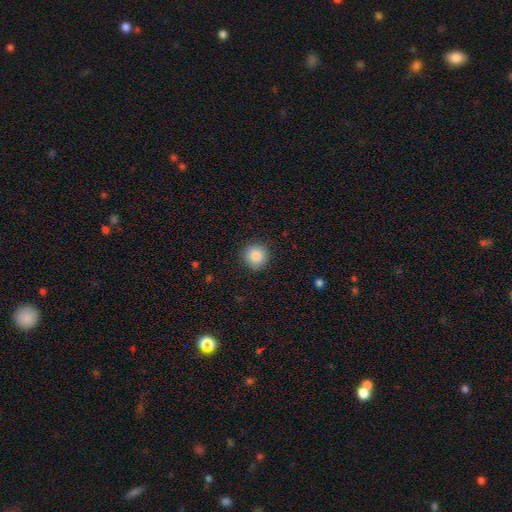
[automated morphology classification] Q: Smooth or featured?
A: smooth (87%); runner-up: star or artifact (9%)
Q: How rounded?
A: round (93%); runner-up: in between (6%)
Q: Merging?
A: none (90%); runner-up: minor disturbance (7%)